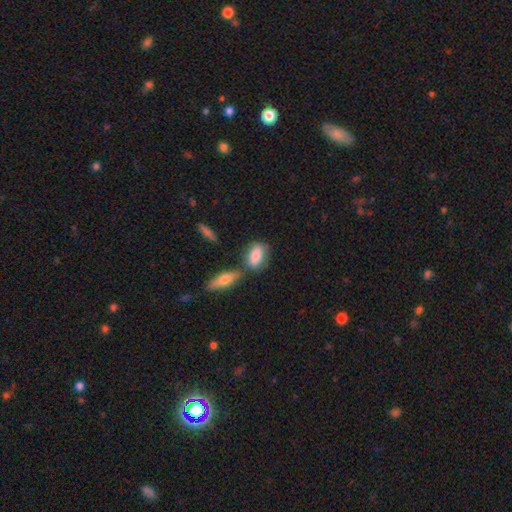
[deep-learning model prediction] This appears to be a smooth galaxy with no disk features (80%) that is in between round and cigar-shaped (86%). Merging: none (58%).